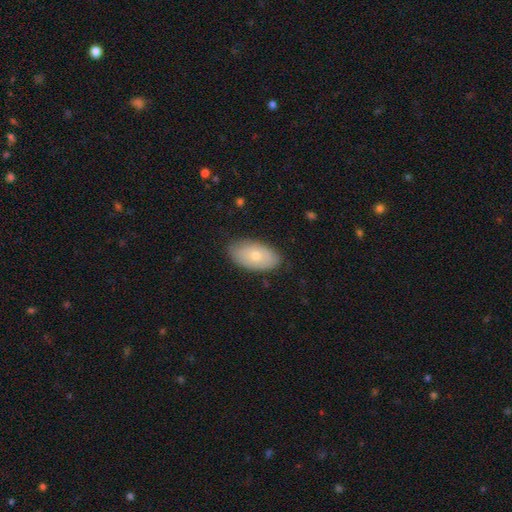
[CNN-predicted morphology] Smooth or featured: smooth — 68% (featured or disk — 25%)
How rounded: in between — 93% (round — 5%)
Merging: none — 81% (minor disturbance — 15%)